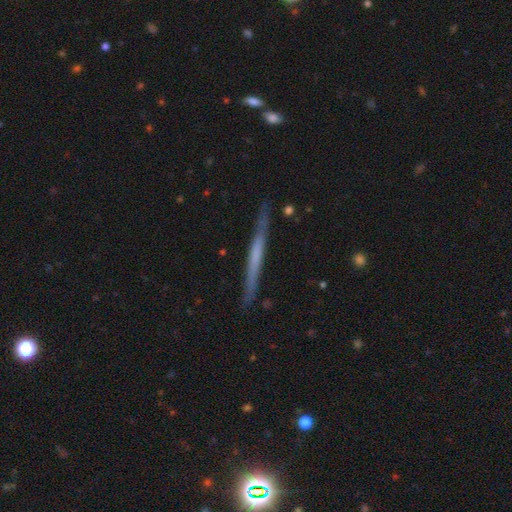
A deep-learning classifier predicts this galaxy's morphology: type=featured or disk (55%); edge-on=yes (96%); edge-on bulge=none (80%); merging=none (86%).